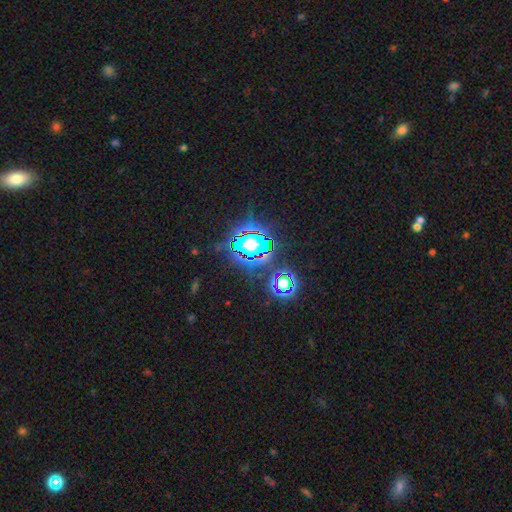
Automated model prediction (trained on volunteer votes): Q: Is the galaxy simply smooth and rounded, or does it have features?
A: star or artifact — 80%.